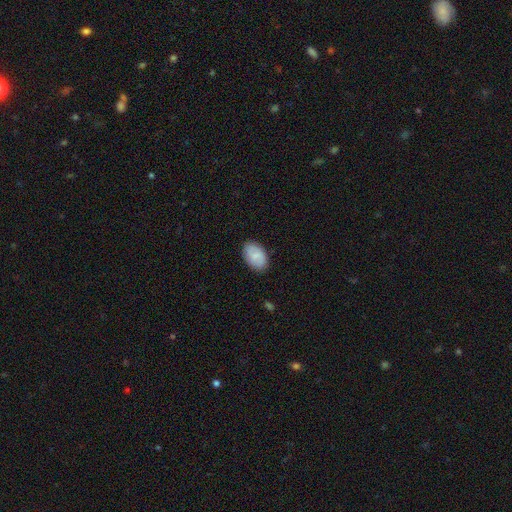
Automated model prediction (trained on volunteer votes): Overall: smooth (74%). How rounded: in between (90%). Merging: none (85%).